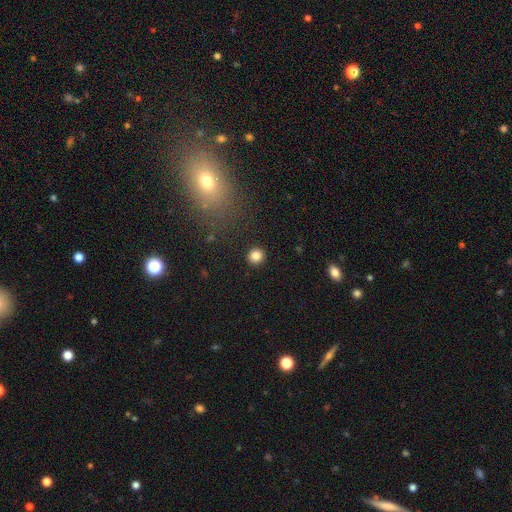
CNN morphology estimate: A smooth galaxy with no disk features (84%) that is round (92%).

Vote fractions:
- Smooth or featured? smooth: 84% / star or artifact: 11% / featured or disk: 4%
- How rounded? round: 92% / in between: 7% / cigar-shaped: 1%
- Merging? none: 92% / minor disturbance: 5% / major disturbance: 2% / merger: 1%